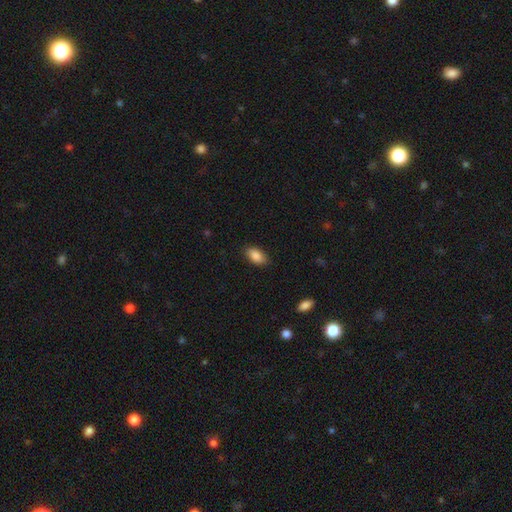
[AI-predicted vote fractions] A smooth galaxy with no disk features (88%) that is in between round and cigar-shaped (92%). Merging: none (86%).